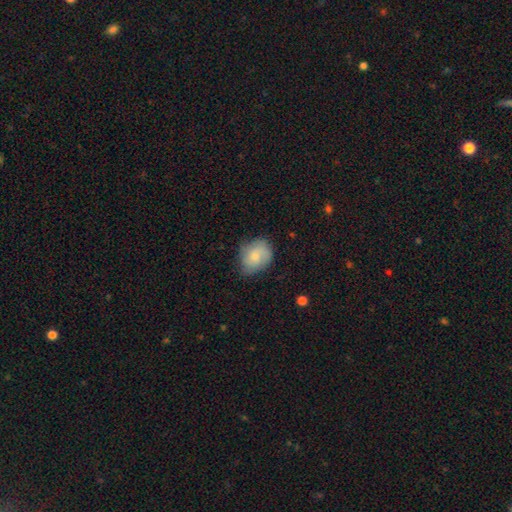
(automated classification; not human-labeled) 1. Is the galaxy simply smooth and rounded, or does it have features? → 70% smooth, 22% featured or disk, 7% star or artifact.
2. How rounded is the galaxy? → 53% in between, 46% round, 1% cigar-shaped.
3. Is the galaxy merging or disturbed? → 61% none, 30% minor disturbance, 7% major disturbance, 1% merger.